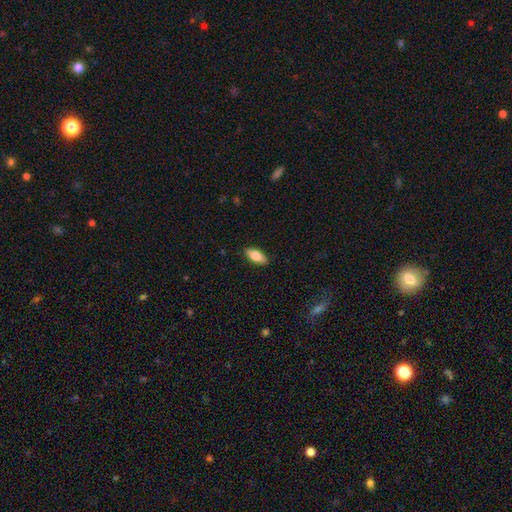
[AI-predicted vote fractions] Smooth or featured?
  - smooth: 76% *
  - featured or disk: 17%
  - star or artifact: 6%
How rounded?
  - in between: 82% *
  - cigar-shaped: 15%
  - round: 3%
Merging?
  - none: 88% *
  - minor disturbance: 9%
  - major disturbance: 2%
  - merger: 1%